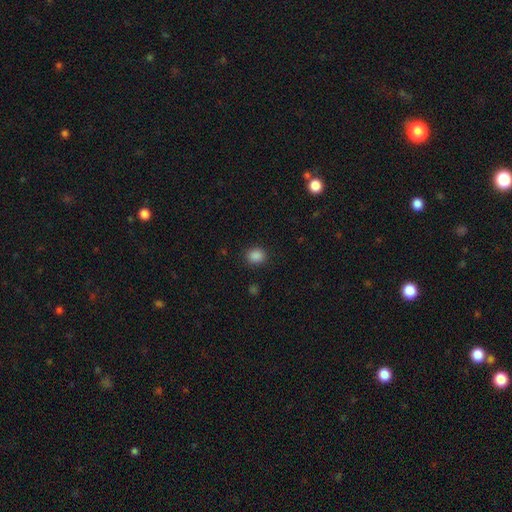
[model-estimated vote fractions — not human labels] A smooth galaxy with no disk features (87%) that is round (65%).

Vote fractions:
- Smooth or featured? smooth: 87% / star or artifact: 11% / featured or disk: 3%
- How rounded? round: 65% / in between: 35% / cigar-shaped: 1%
- Merging? none: 88% / minor disturbance: 8% / major disturbance: 3% / merger: 1%